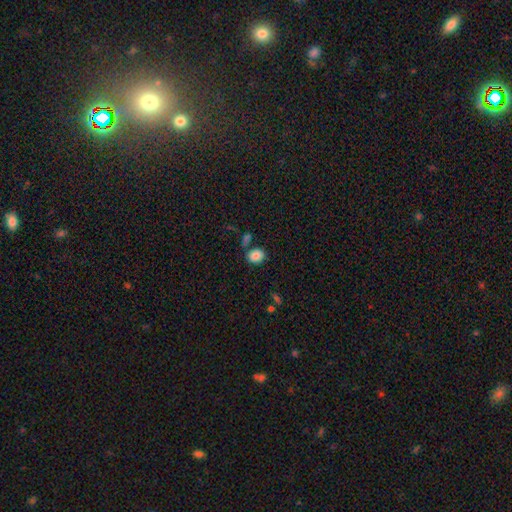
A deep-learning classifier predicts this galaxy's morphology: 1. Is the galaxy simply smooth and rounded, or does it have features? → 85% smooth, 9% star or artifact, 6% featured or disk.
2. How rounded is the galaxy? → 54% in between, 44% round, 1% cigar-shaped.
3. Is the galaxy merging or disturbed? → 71% none, 13% minor disturbance, 11% merger, 4% major disturbance.